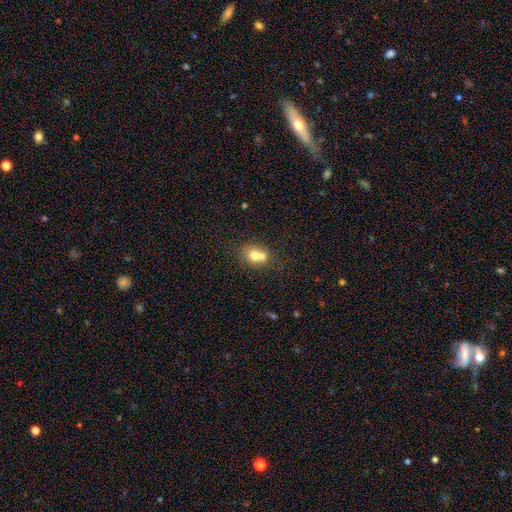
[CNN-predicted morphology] smooth-or-featured: smooth: 69% | featured or disk: 21% | star or artifact: 10%
  how-rounded: in between: 50% | round: 49% | cigar-shaped: 1%
  merging: merger: 51% | none: 34% | minor disturbance: 11% | major disturbance: 4%